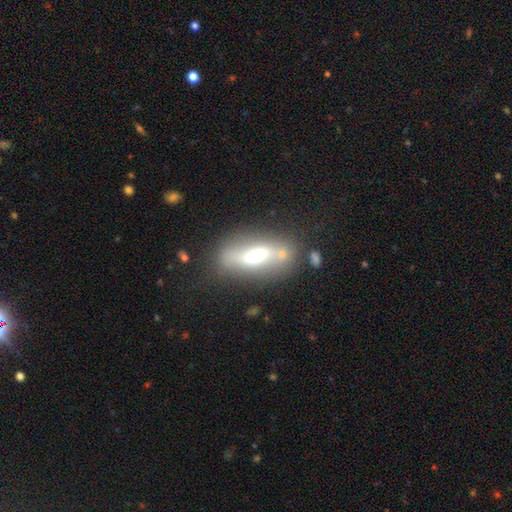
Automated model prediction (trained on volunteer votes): A featured or disk galaxy (46%).

Vote fractions:
- Smooth or featured? featured or disk: 46% / smooth: 45% / star or artifact: 8%
- Merging? none: 64% / minor disturbance: 18% / merger: 11% / major disturbance: 8%